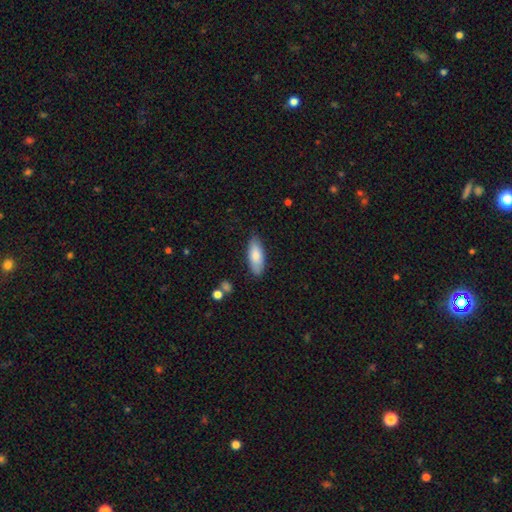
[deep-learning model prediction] Smooth or featured: smooth — 80% (featured or disk — 14%)
How rounded: in between — 76% (cigar-shaped — 22%)
Merging: none — 84% (minor disturbance — 12%)